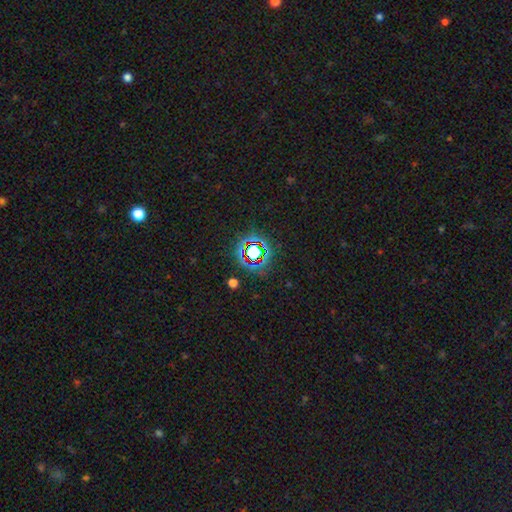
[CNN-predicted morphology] This is likely a star or artifact rather than a galaxy (72%).